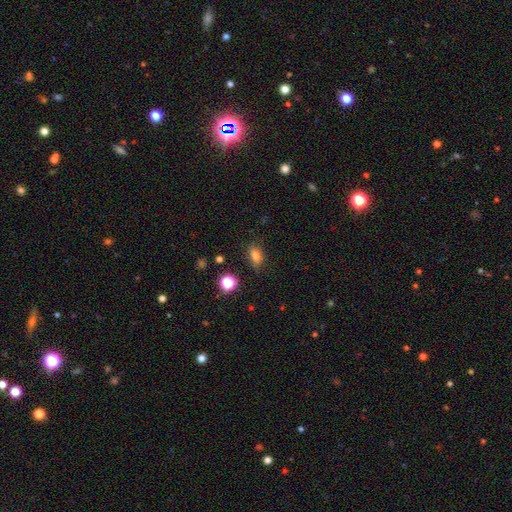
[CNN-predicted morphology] smooth-or-featured: smooth: 76% | star or artifact: 14% | featured or disk: 10%
  how-rounded: in between: 79% | round: 17% | cigar-shaped: 4%
  merging: none: 80% | minor disturbance: 14% | major disturbance: 3% | merger: 2%